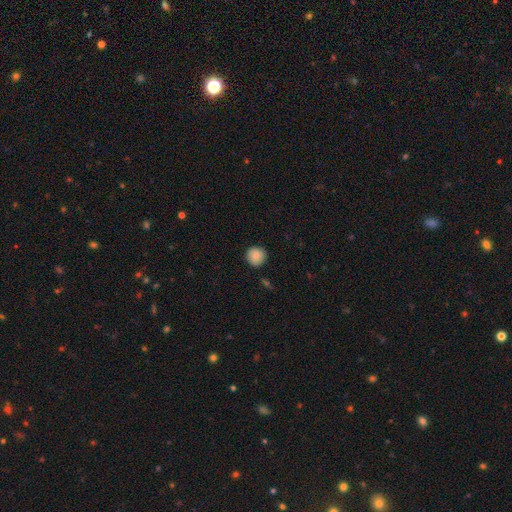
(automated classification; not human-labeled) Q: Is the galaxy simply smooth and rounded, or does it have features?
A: smooth — 87%.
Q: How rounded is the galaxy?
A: round — 93%.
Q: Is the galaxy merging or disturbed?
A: none — 88%.